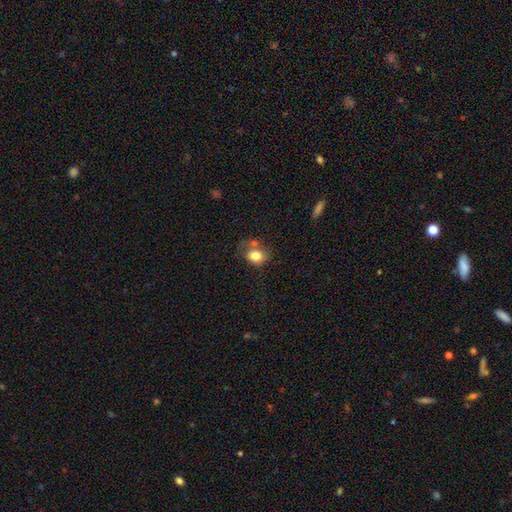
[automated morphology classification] smooth 79%, featured or disk 12%, star or artifact 9%. Down the decision tree: how rounded — in between (58%); merging — none (42%).